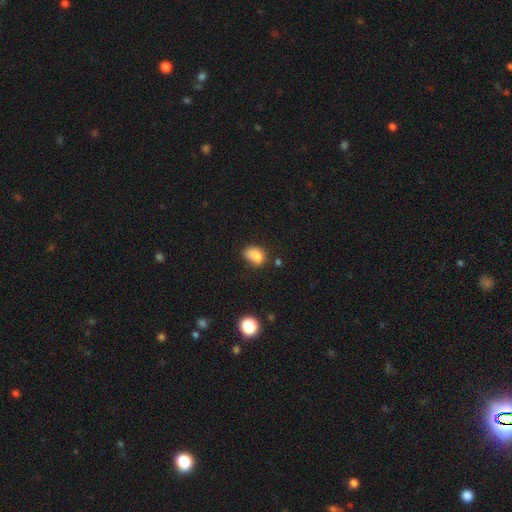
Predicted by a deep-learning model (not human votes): Q: Smooth or featured?
A: smooth (81%); runner-up: star or artifact (11%)
Q: How rounded?
A: in between (74%); runner-up: round (25%)
Q: Merging?
A: none (44%); runner-up: minor disturbance (34%)